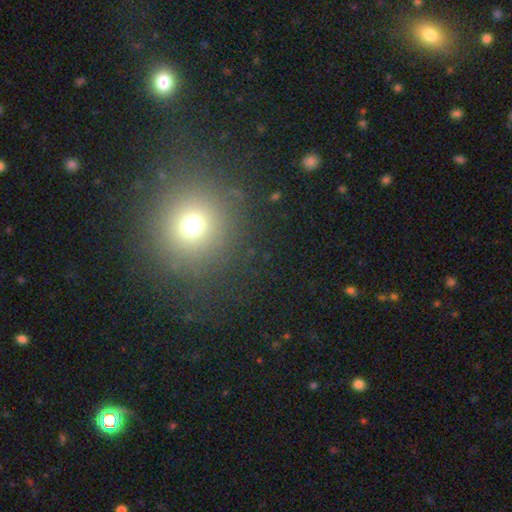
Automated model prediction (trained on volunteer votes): Smooth or featured?
  - smooth: 58% *
  - star or artifact: 33%
  - featured or disk: 8%
How rounded?
  - round: 90% *
  - in between: 9%
  - cigar-shaped: 1%
Merging?
  - none: 88% *
  - minor disturbance: 7%
  - major disturbance: 3%
  - merger: 2%